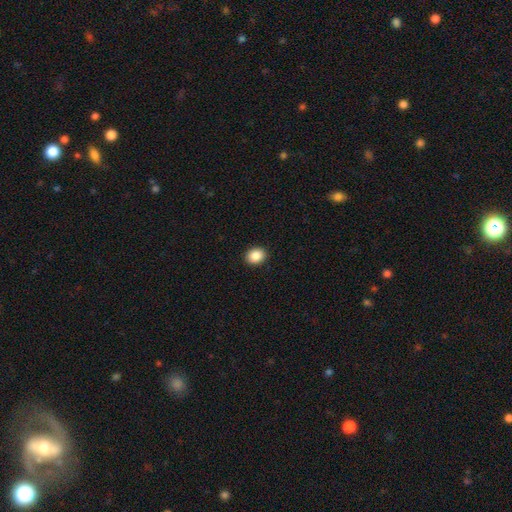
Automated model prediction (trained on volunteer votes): smooth-or-featured: smooth: 88% | star or artifact: 8% | featured or disk: 4%
  how-rounded: round: 57% | in between: 42% | cigar-shaped: 1%
  merging: none: 92% | minor disturbance: 6% | major disturbance: 2% | merger: 1%